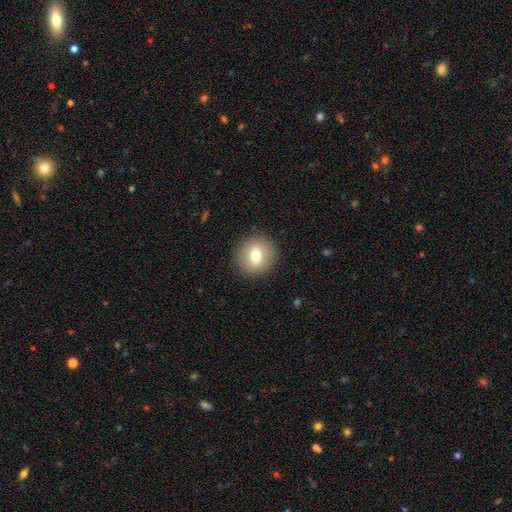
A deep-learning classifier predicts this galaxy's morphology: Overall: smooth (68%). How rounded: round (80%). Merging: none (89%).